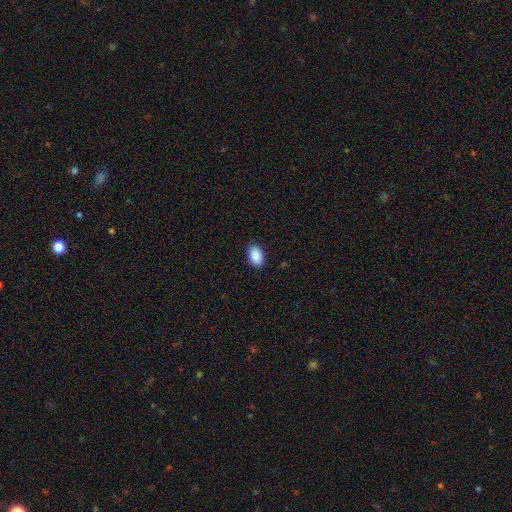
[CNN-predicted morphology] Smooth or featured?
  - smooth: 90% *
  - star or artifact: 7%
  - featured or disk: 4%
How rounded?
  - in between: 92% *
  - round: 6%
  - cigar-shaped: 1%
Merging?
  - none: 87% *
  - minor disturbance: 10%
  - major disturbance: 2%
  - merger: 1%